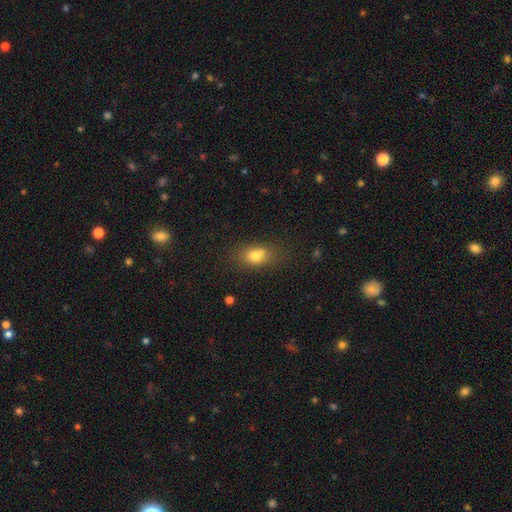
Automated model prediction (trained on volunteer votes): Smooth or featured? smooth (73%)
How rounded? in between (69%)
Merging? none (51%)